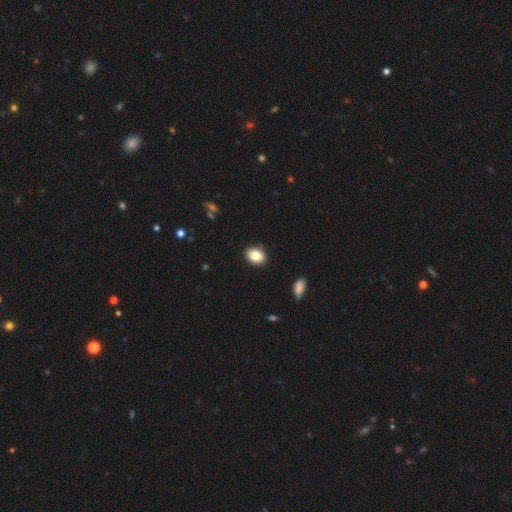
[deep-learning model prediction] Overall: smooth (84%). How rounded: in between (57%; round 42%). Merging: none (88%).